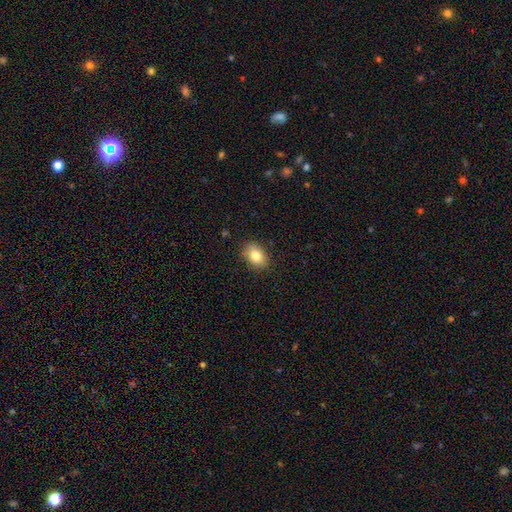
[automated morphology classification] A smooth galaxy with no disk features (82%) that is in between round and cigar-shaped (78%). Merging: none (85%).